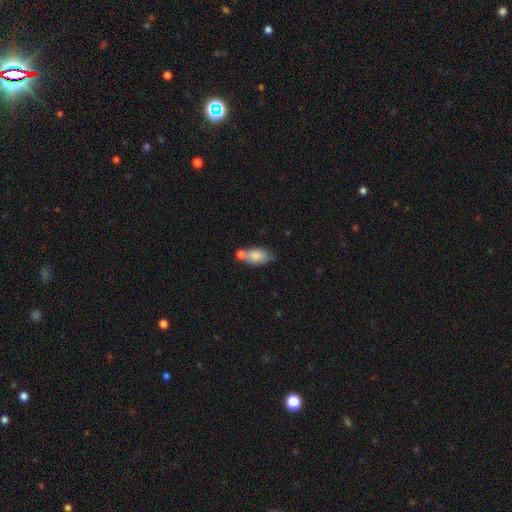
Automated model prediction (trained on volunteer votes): smooth 81%, featured or disk 12%, star or artifact 7%. Down the decision tree: how rounded — in between (89%); merging — none (42%).